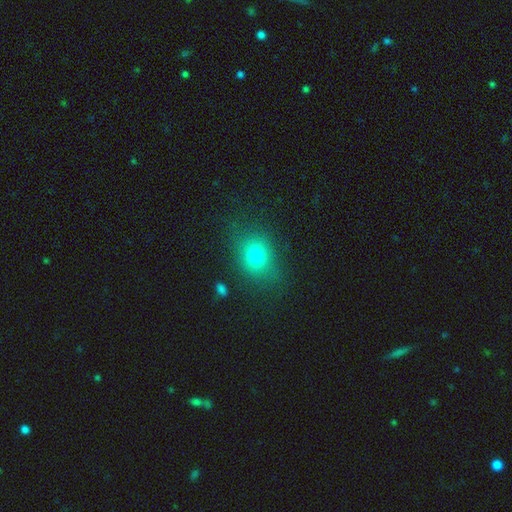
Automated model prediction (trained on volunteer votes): A smooth galaxy with no disk features (75%) that is round (50%).

Vote fractions:
- Smooth or featured? smooth: 75% / star or artifact: 14% / featured or disk: 10%
- How rounded? round: 50% / in between: 48% / cigar-shaped: 1%
- Merging? none: 77% / minor disturbance: 14% / major disturbance: 6% / merger: 2%